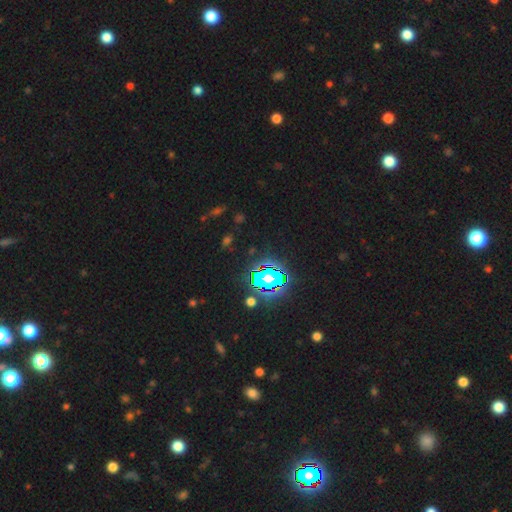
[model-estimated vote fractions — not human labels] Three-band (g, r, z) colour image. It shows a star or artifact, not a galaxy (82%).